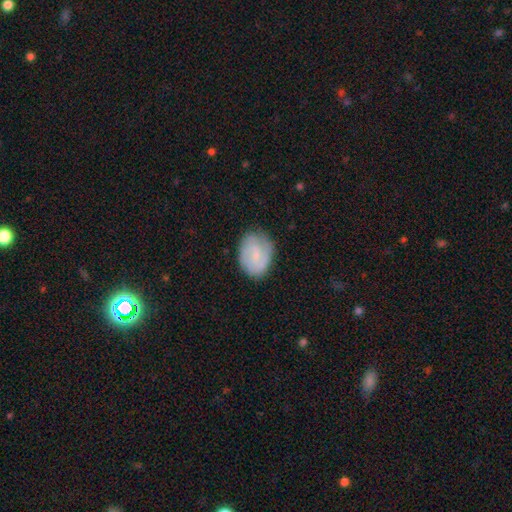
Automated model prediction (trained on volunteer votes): Smooth or featured? Predicted: featured or disk (p=0.53). Edge-on disk? Predicted: no (p=0.97). Bar? Predicted: weak (p=0.46, tied with no). Spiral arms? Predicted: yes (p=0.85). Bulge size? Predicted: small (p=0.60). Merging? Predicted: none (p=0.74).